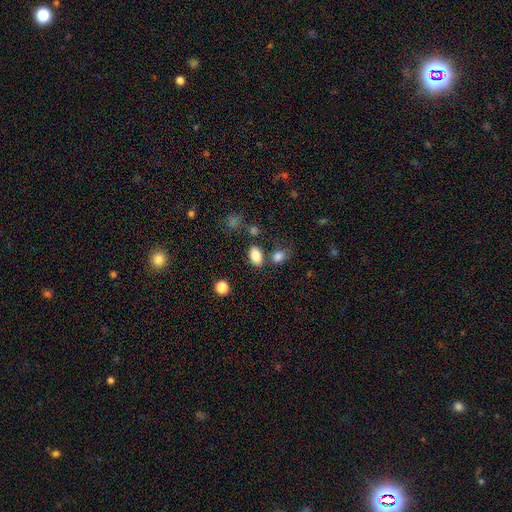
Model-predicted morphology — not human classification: Smooth or featured?
  - smooth: 85% *
  - star or artifact: 10%
  - featured or disk: 6%
How rounded?
  - in between: 88% *
  - round: 10%
  - cigar-shaped: 2%
Merging?
  - none: 74% *
  - minor disturbance: 12%
  - merger: 11%
  - major disturbance: 4%